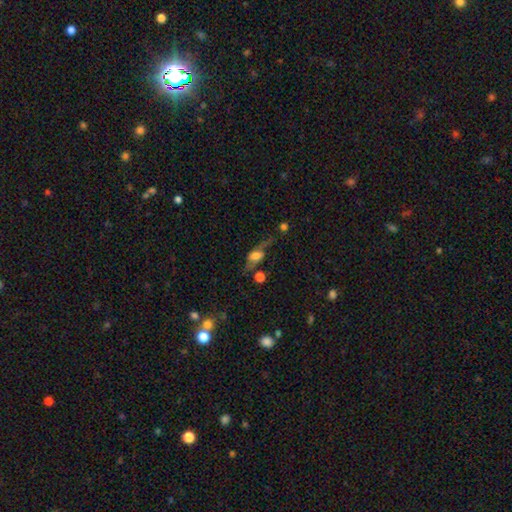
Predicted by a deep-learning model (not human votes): featured or disk 45%, smooth 43%, star or artifact 11%. Down the decision tree: merging — none (44%).